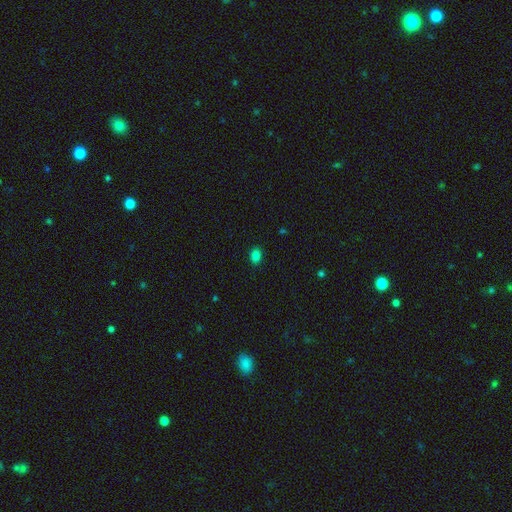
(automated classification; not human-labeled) Overall: smooth (83%). How rounded: in between (76%). Merging: none (89%).